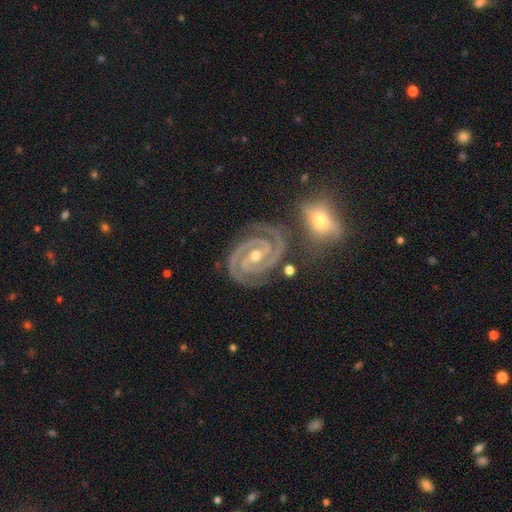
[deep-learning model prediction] This appears to be a featured or disk galaxy (93%) with no bar (36%), 2 (86%) tight (79%) spiral arms (99%) and a moderate central bulge (54%). Merging: none (78%).